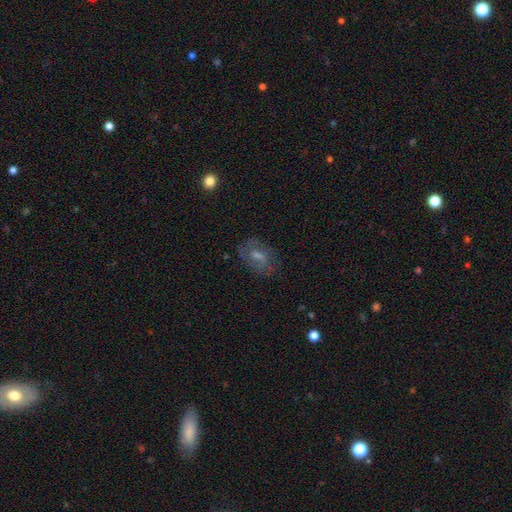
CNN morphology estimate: smooth_or_featured: featured or disk (p=0.58) [alt: smooth p=0.28]
disk_edge_on: no (p=0.94) [alt: yes p=0.06]
bar: weak (p=0.49) [alt: no p=0.37]
has_spiral_arms: yes (p=0.77) [alt: no p=0.23]
bulge_size: moderate (p=0.46) [alt: small p=0.35]
merging: none (p=0.73) [alt: minor disturbance p=0.17]